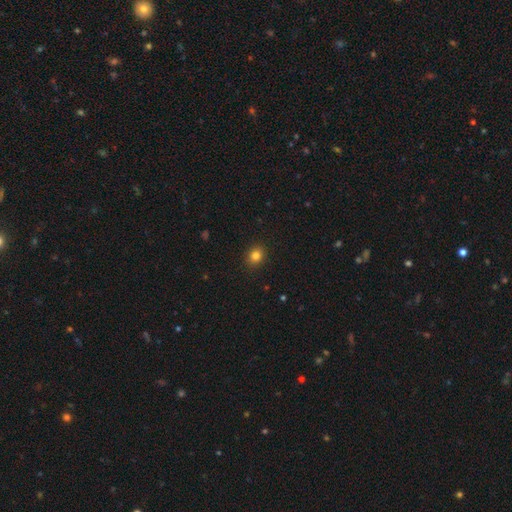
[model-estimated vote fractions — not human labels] smooth_or_featured: smooth (p=0.82) [alt: star or artifact p=0.12]
how_rounded: round (p=0.70) [alt: in between p=0.29]
merging: none (p=0.90) [alt: minor disturbance p=0.07]